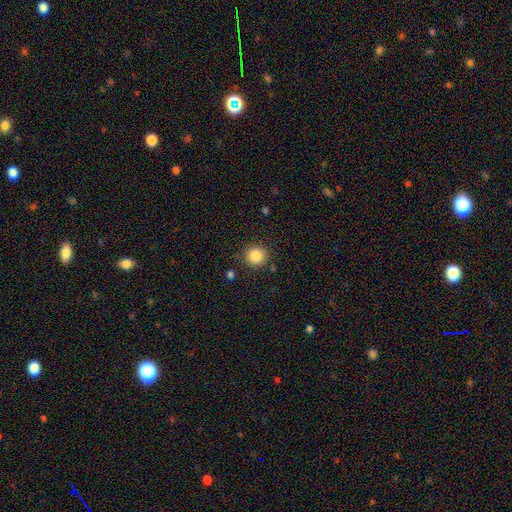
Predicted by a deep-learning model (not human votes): Q: Smooth or featured?
A: smooth (86%); runner-up: star or artifact (10%)
Q: How rounded?
A: round (93%); runner-up: in between (6%)
Q: Merging?
A: none (87%); runner-up: minor disturbance (8%)